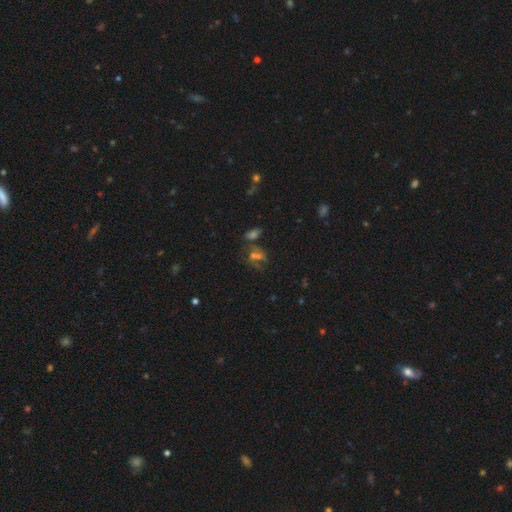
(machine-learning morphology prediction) smooth_or_featured: star or artifact (p=0.36) [alt: smooth p=0.33]